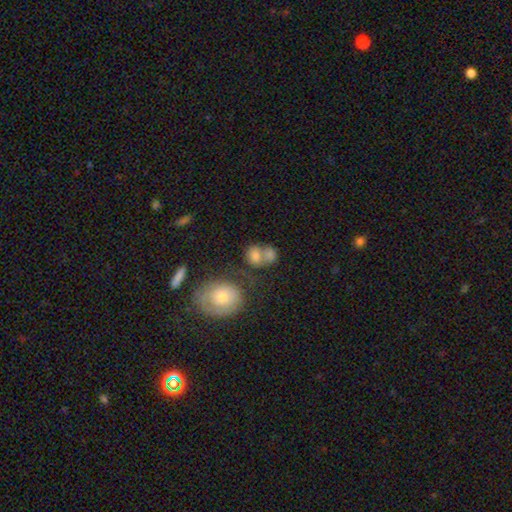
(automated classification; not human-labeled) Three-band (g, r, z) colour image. It shows a smooth galaxy with no disk features (71%) that is round (59%). Merging: merger (50%).